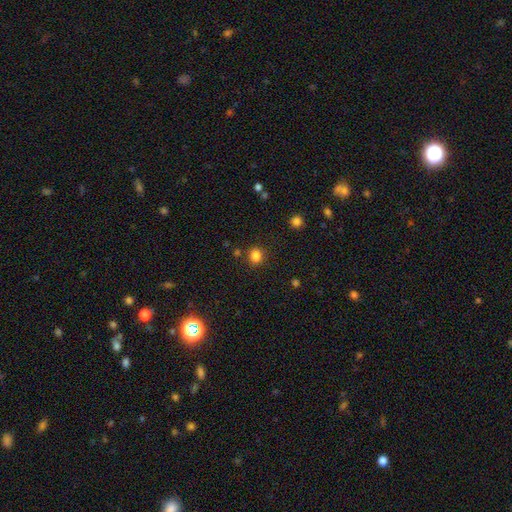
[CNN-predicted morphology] Q: Smooth or featured?
A: smooth (82%); runner-up: star or artifact (13%)
Q: How rounded?
A: round (85%); runner-up: in between (14%)
Q: Merging?
A: none (86%); runner-up: minor disturbance (8%)